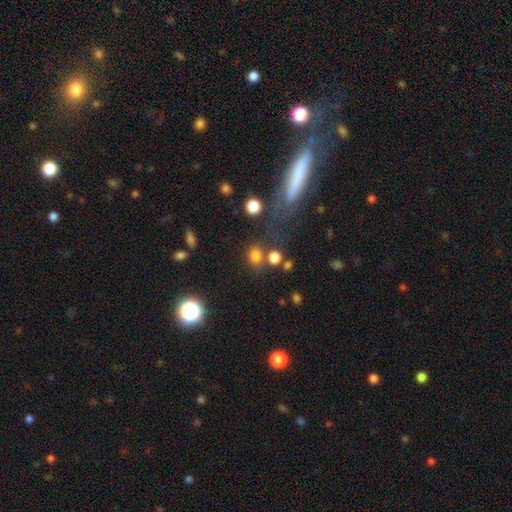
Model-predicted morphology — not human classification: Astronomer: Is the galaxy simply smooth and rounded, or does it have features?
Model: smooth — 77%.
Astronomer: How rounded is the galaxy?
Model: round — 65%.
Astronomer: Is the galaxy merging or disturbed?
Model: none — 67%.